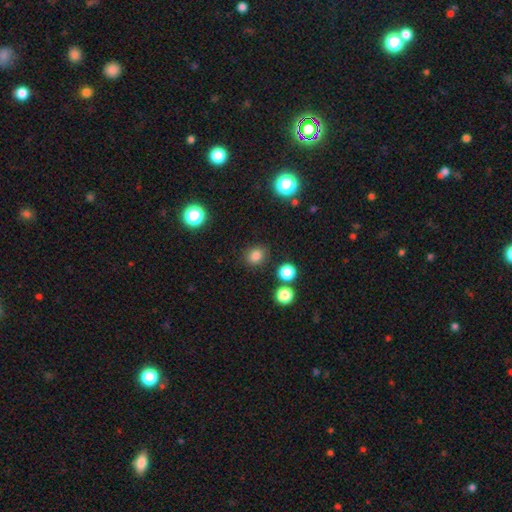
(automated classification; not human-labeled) A smooth galaxy with no disk features (81%) that is round (69%).

Vote fractions:
- Smooth or featured? smooth: 81% / star or artifact: 14% / featured or disk: 5%
- How rounded? round: 69% / in between: 30% / cigar-shaped: 1%
- Merging? none: 85% / minor disturbance: 9% / merger: 3% / major disturbance: 3%